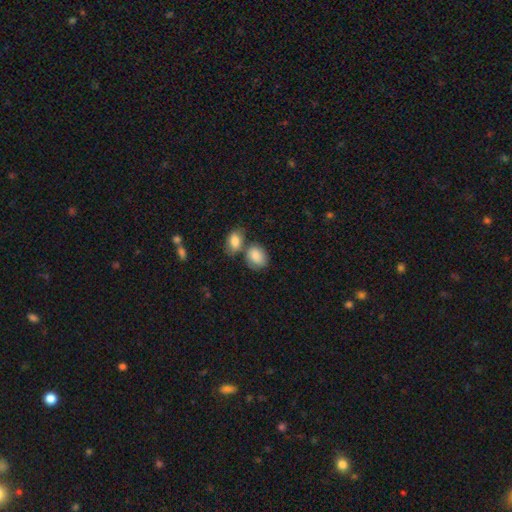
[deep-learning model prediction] This is clearly a smooth galaxy (80%). How rounded: likely in between (61%). Merging: marginally none (42%).